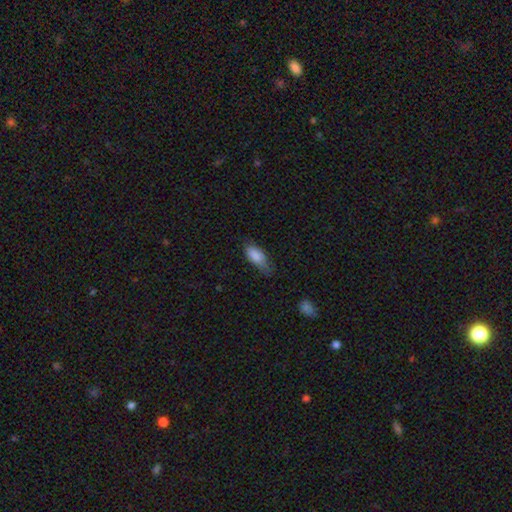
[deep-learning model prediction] Smooth or featured? smooth (85%)
How rounded? in between (84%)
Merging? none (53%)